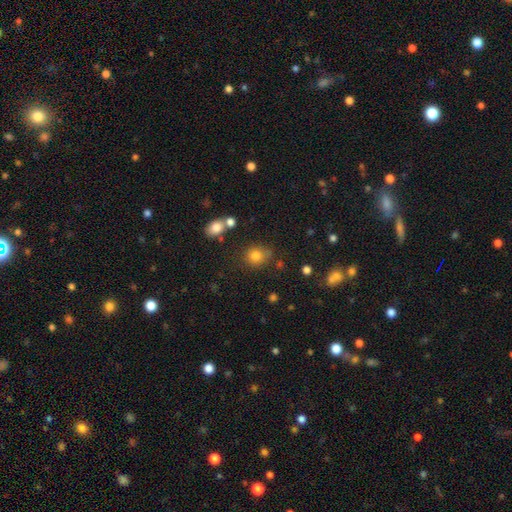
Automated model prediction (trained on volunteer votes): A smooth galaxy with no disk features (80%) that is round (78%). Merging: none (70%).